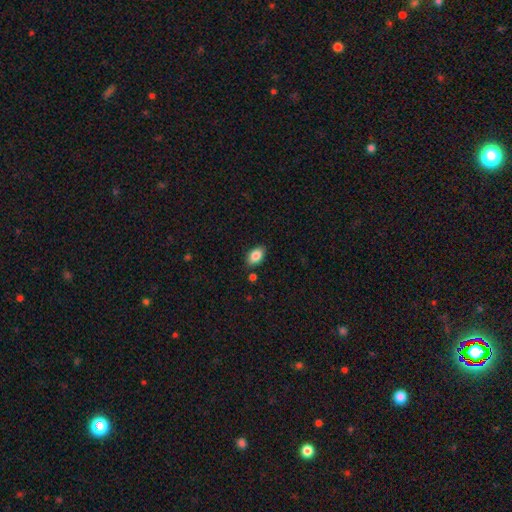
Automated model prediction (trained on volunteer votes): Q: Smooth or featured?
A: smooth (85%); runner-up: star or artifact (8%)
Q: How rounded?
A: in between (90%); runner-up: round (8%)
Q: Merging?
A: none (84%); runner-up: minor disturbance (11%)